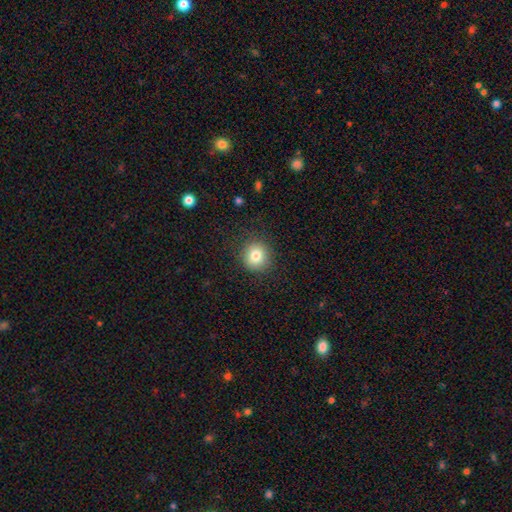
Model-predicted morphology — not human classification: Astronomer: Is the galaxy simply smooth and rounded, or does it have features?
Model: smooth — 81%.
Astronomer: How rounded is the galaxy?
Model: round — 89%.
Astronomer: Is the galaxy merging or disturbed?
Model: none — 87%.